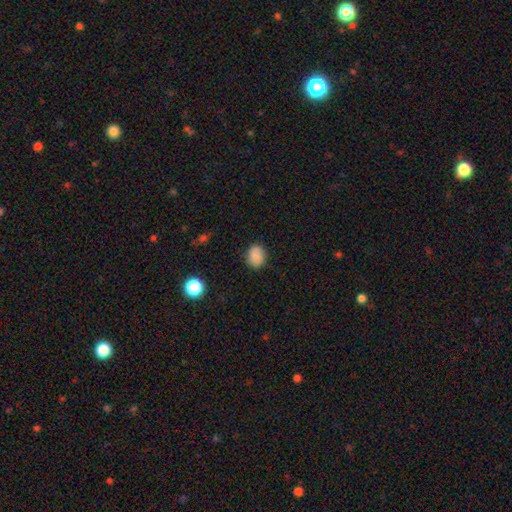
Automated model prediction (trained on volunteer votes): Smooth or featured?
  - smooth: 84% *
  - star or artifact: 9%
  - featured or disk: 6%
How rounded?
  - round: 56% *
  - in between: 43%
  - cigar-shaped: 1%
Merging?
  - none: 83% *
  - minor disturbance: 12%
  - major disturbance: 3%
  - merger: 1%